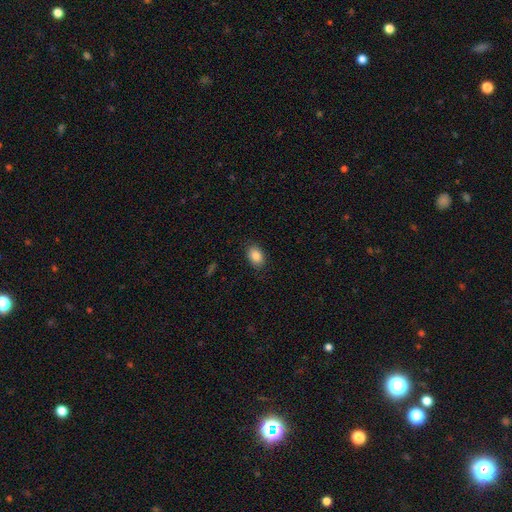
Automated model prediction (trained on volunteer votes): A smooth galaxy with no disk features (87%) that is in between round and cigar-shaped (84%).

Vote fractions:
- Smooth or featured? smooth: 87% / star or artifact: 8% / featured or disk: 6%
- How rounded? in between: 84% / round: 15% / cigar-shaped: 1%
- Merging? none: 84% / minor disturbance: 12% / major disturbance: 3% / merger: 1%